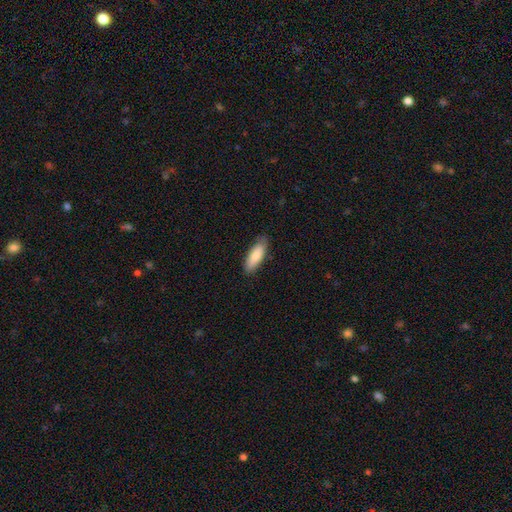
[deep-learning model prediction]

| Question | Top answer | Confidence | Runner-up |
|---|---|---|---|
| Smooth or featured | smooth | 82% | featured or disk (13%) |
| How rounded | in between | 64% | cigar-shaped (34%) |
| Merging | none | 83% | minor disturbance (13%) |